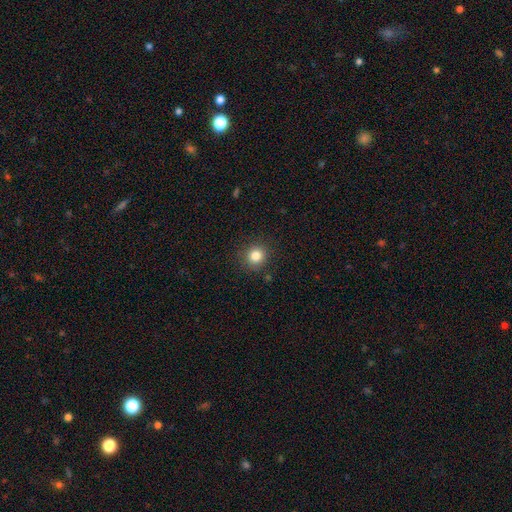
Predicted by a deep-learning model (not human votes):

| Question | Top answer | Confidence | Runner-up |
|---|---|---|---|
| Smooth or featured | smooth | 83% | star or artifact (11%) |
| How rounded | round | 90% | in between (9%) |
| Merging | none | 88% | minor disturbance (8%) |